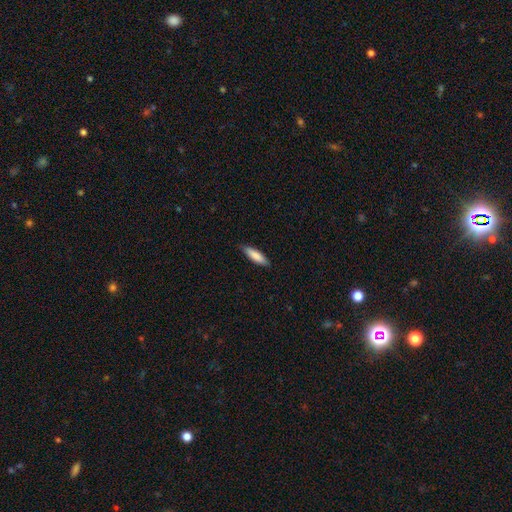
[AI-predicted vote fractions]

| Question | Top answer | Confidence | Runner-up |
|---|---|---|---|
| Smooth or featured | smooth | 84% | featured or disk (10%) |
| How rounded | cigar-shaped | 65% | in between (34%) |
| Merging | none | 86% | minor disturbance (11%) |